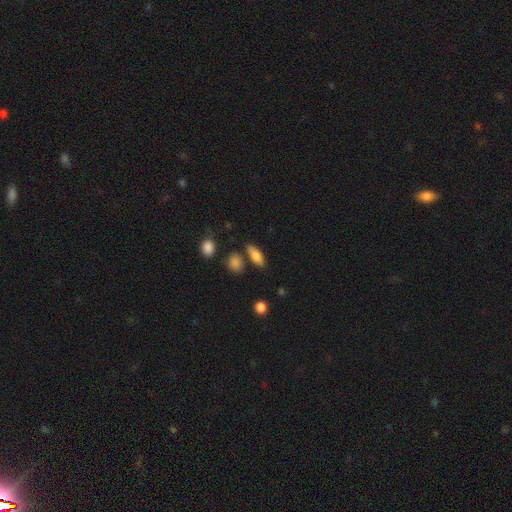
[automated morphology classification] Q: Smooth or featured?
A: smooth (79%); runner-up: featured or disk (14%)
Q: How rounded?
A: in between (75%); runner-up: cigar-shaped (20%)
Q: Merging?
A: none (73%); runner-up: minor disturbance (14%)